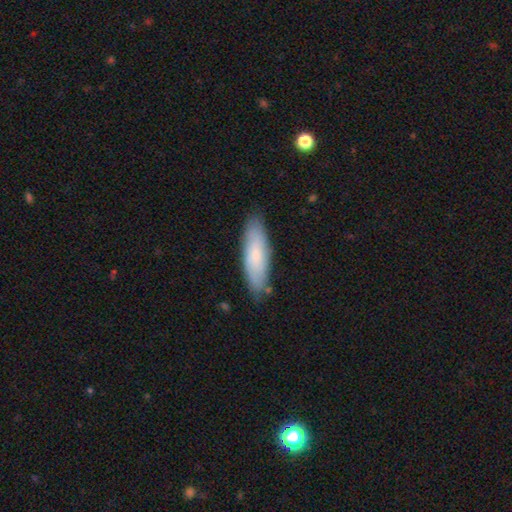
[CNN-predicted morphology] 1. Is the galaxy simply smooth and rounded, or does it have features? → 74% smooth, 20% featured or disk, 6% star or artifact.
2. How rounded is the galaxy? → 56% cigar-shaped, 42% in between, 2% round.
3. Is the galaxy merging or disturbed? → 83% none, 13% minor disturbance, 2% major disturbance, 2% merger.